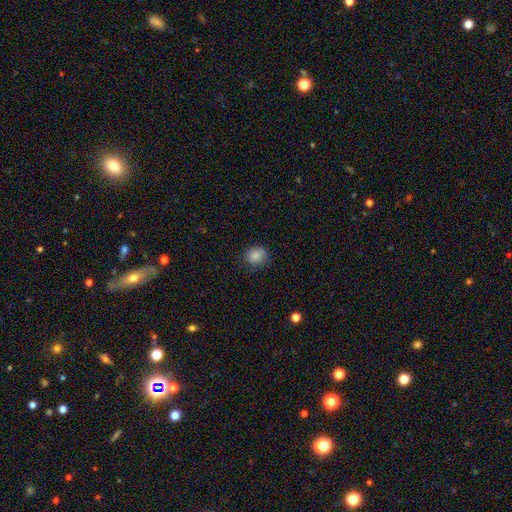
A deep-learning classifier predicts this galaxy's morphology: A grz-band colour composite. It shows a smooth galaxy with no disk features (86%) that is round (67%). Merging: none (76%).